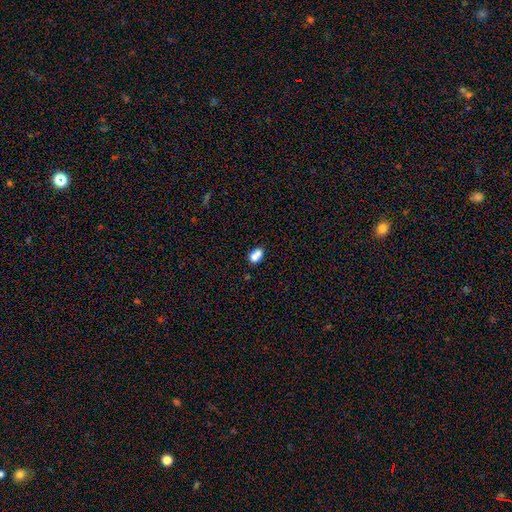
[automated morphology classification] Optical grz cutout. It shows a smooth galaxy with no disk features (72%) that is in between round and cigar-shaped (54%). Merging: merger (55%).